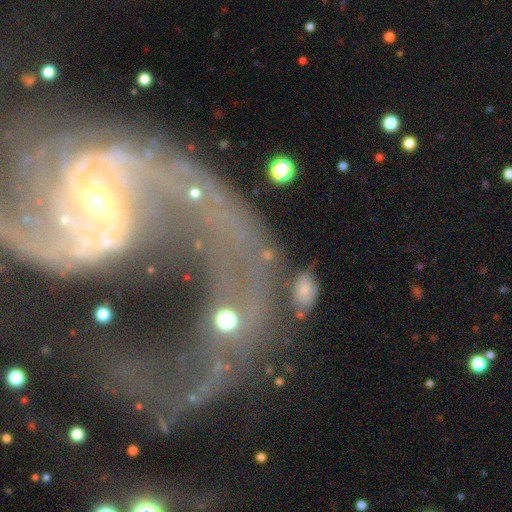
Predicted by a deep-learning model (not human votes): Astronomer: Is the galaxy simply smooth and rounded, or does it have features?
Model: featured or disk — 85%.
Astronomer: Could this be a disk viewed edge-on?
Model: no — 96%.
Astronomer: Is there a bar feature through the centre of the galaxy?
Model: weak — 40% (runner-up: no, 32%).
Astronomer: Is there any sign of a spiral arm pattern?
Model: yes — 90%.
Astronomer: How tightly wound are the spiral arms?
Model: loose — 61%.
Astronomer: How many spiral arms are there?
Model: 2 — 75%.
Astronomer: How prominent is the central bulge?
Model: small — 63%.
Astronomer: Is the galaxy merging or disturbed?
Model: major disturbance — 38% (runner-up: none, 26%).